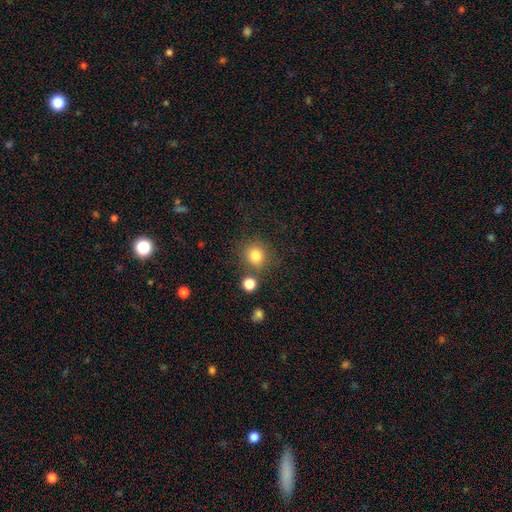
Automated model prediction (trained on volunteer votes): smooth 81%, star or artifact 12%, featured or disk 6%. Down the decision tree: how rounded — round (89%); merging — none (75%).